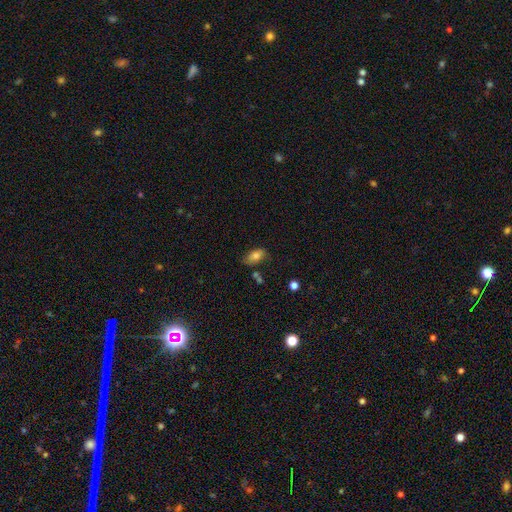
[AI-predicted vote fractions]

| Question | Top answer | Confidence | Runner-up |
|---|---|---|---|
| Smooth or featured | smooth | 78% | featured or disk (13%) |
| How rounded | in between | 90% | round (6%) |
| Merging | none | 68% | minor disturbance (21%) |